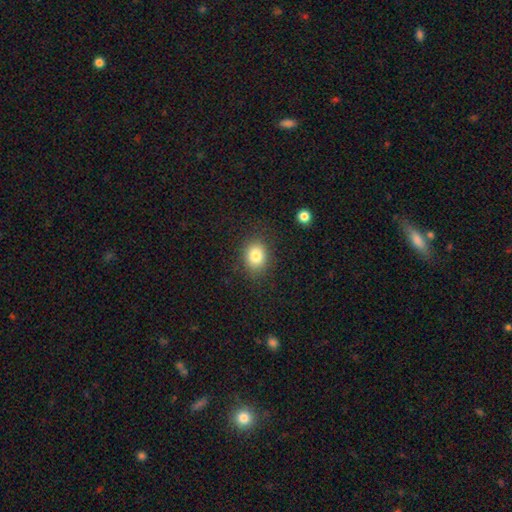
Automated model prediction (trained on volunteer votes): smooth 82%, star or artifact 10%, featured or disk 8%. Down the decision tree: how rounded — round (50%); merging — none (84%).